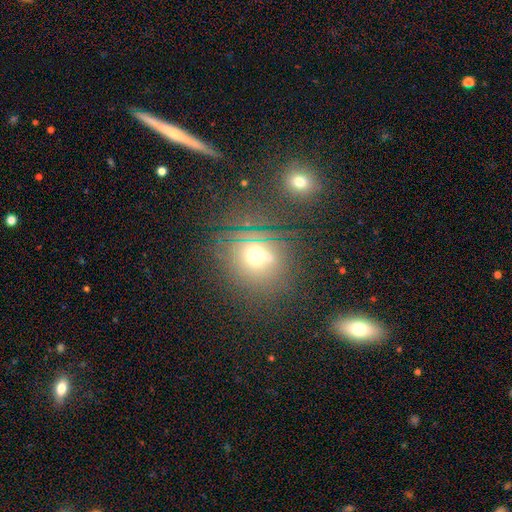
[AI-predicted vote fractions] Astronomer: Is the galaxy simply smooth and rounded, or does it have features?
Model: smooth — 55% (runner-up: star or artifact, 30%).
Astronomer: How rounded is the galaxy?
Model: round — 81%.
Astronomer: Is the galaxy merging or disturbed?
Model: none — 74%.